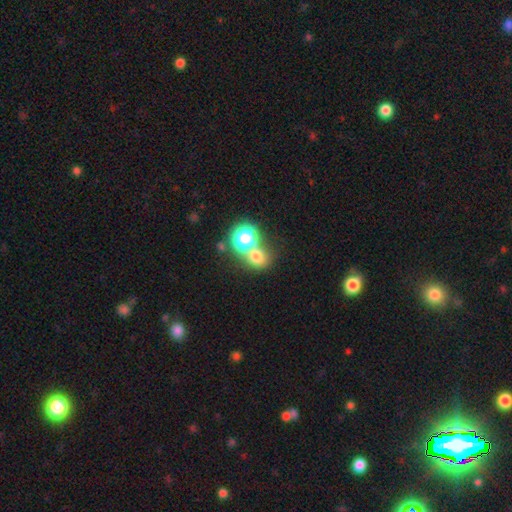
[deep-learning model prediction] A smooth galaxy with no disk features (66%) that is round (75%). Merging: none (49%).